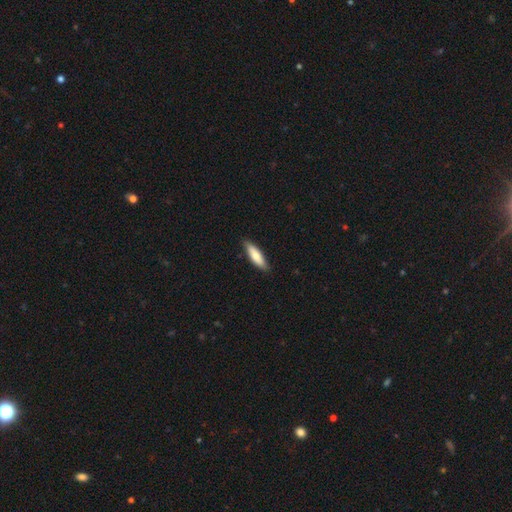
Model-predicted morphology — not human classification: The model was most divided on "how rounded": cigar-shaped: 60%, in between: 39%, round: 2%. More confident: merging — none (84%); smooth or featured — smooth (75%).